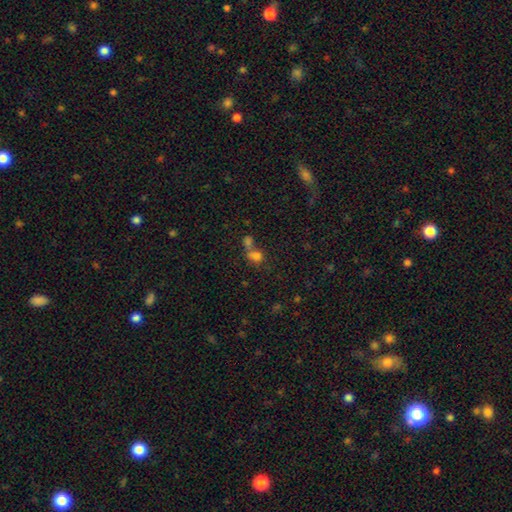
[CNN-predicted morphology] smooth_or_featured: smooth (p=0.72) [alt: star or artifact p=0.16]
how_rounded: round (p=0.63) [alt: in between p=0.35]
merging: merger (p=0.60) [alt: none p=0.27]